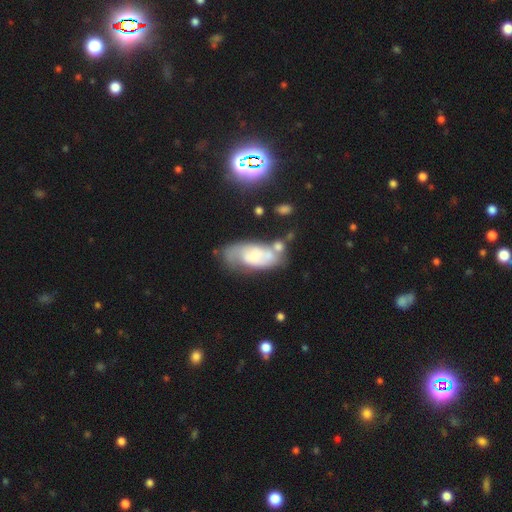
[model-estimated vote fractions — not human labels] The model was most divided on "bulge size": small: 41%, moderate: 31%, none: 14%, large: 12%, dominant: 3%. Remaining: edge-on disk — no (93%); spiral arms — yes (74%); bar — no (68%); smooth or featured — featured or disk (57%); merging — none (40%).